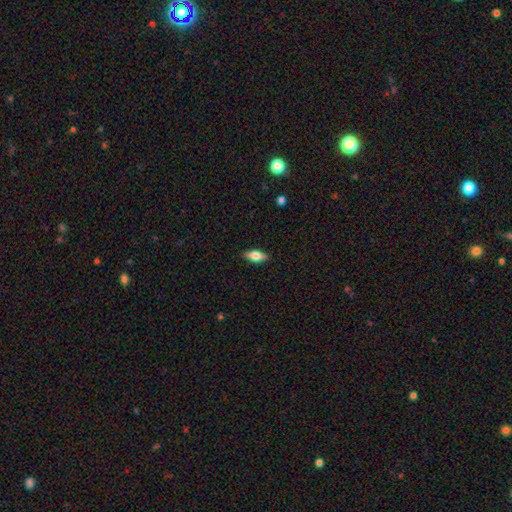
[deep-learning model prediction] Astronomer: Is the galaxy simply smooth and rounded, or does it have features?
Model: smooth — 64%.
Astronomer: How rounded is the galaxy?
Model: in between — 77%.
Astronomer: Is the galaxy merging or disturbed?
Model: none — 88%.